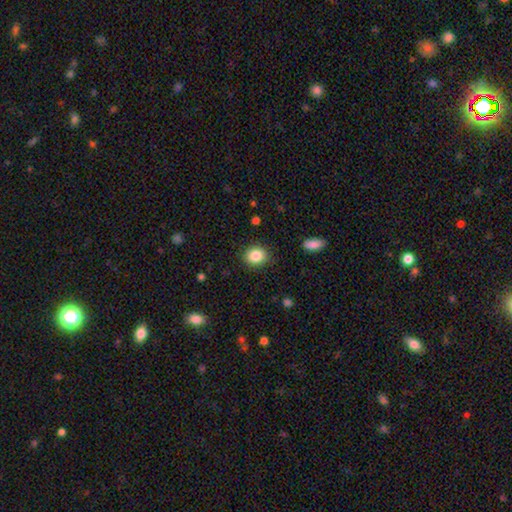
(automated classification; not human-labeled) smooth 86%, star or artifact 9%, featured or disk 5%. Down the decision tree: how rounded — round (67%); merging — none (88%).